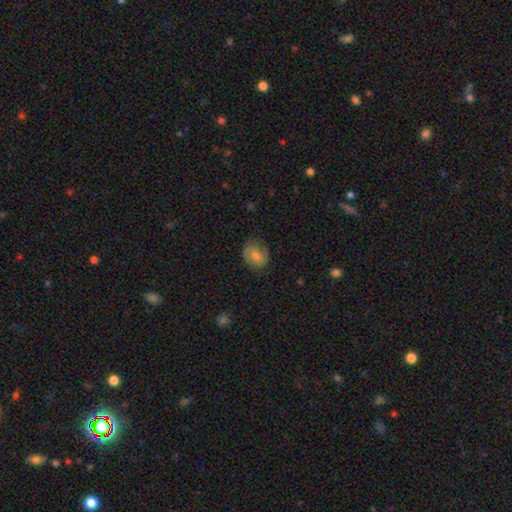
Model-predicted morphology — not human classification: Smooth or featured?
  - smooth: 50% *
  - featured or disk: 40%
  - star or artifact: 10%
Merging?
  - none: 77% *
  - minor disturbance: 16%
  - major disturbance: 5%
  - merger: 1%